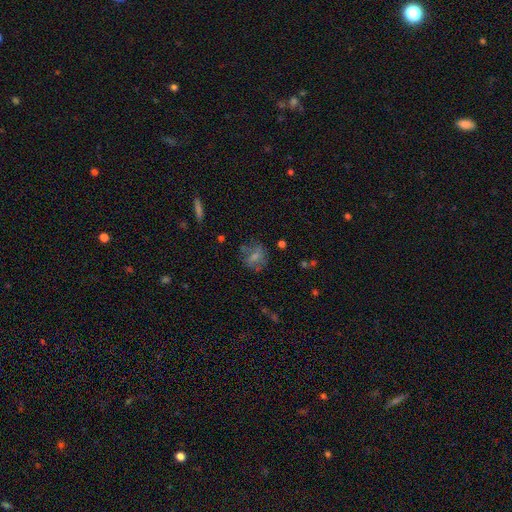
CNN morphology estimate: type=smooth (44%); merging=none (72%).